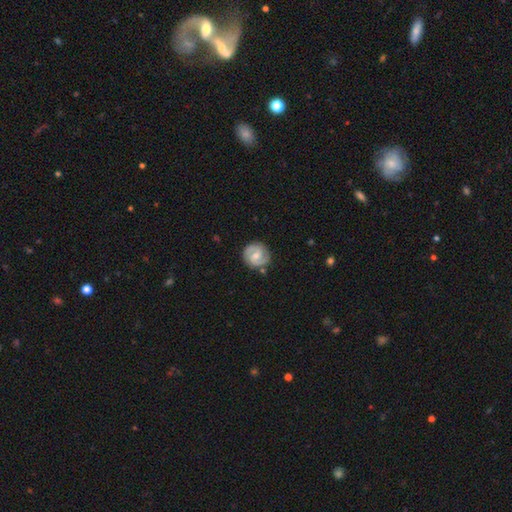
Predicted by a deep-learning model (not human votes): Smooth or featured?
  - featured or disk: 76% *
  - smooth: 19%
  - star or artifact: 5%
Edge-on disk?
  - no: 98% *
  - yes: 2%
Bar?
  - weak: 50% *
  - no: 39%
  - strong: 11%
Spiral arms?
  - yes: 94% *
  - no: 6%
Spiral winding?
  - tight: 49% *
  - medium: 41%
  - loose: 10%
Spiral arm count?
  - 2: 88% *
  - can't tell: 5%
  - 3: 2%
  - 1: 2%
  - 4: 1%
  - more than 4: 1%
Bulge size?
  - moderate: 54% *
  - small: 39%
  - none: 3%
  - large: 3%
  - dominant: 1%
Merging?
  - none: 82% *
  - minor disturbance: 12%
  - major disturbance: 3%
  - merger: 3%